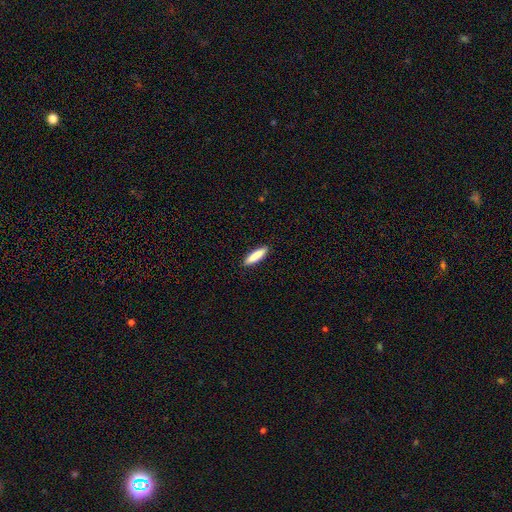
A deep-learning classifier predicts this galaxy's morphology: Smooth or featured? Predicted: smooth (p=0.87). How rounded? Predicted: cigar-shaped (p=0.71). Merging? Predicted: none (p=0.90).